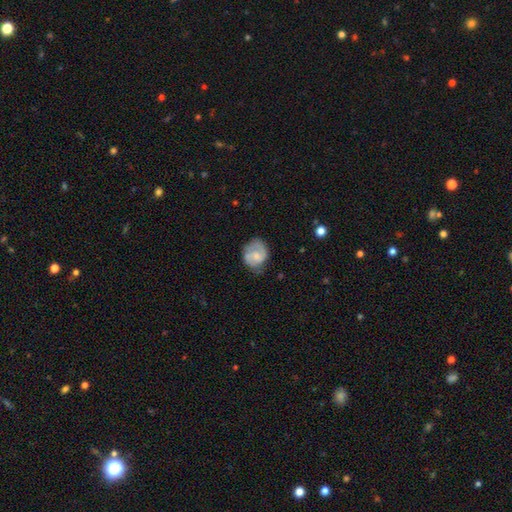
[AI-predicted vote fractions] Smooth or featured? featured or disk (54%)
Edge-on disk? no (98%)
Bar? no (61%)
Spiral arms? yes (82%)
Bulge size? small (44%)
Merging? none (60%)